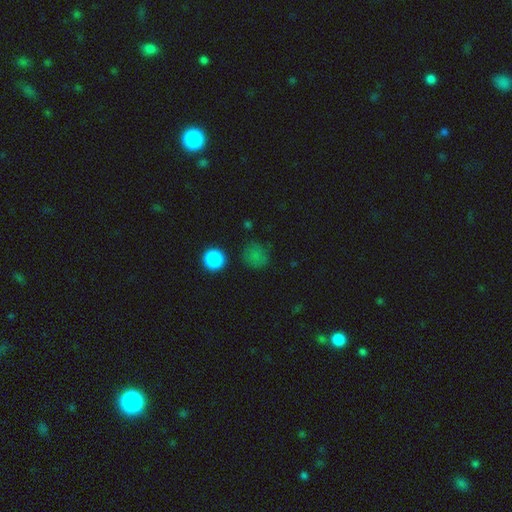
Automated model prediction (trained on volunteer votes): A smooth galaxy with no disk features (72%) that is round (83%).

Vote fractions:
- Smooth or featured? smooth: 72% / star or artifact: 22% / featured or disk: 7%
- How rounded? round: 83% / in between: 15% / cigar-shaped: 1%
- Merging? none: 71% / minor disturbance: 18% / major disturbance: 8% / merger: 3%